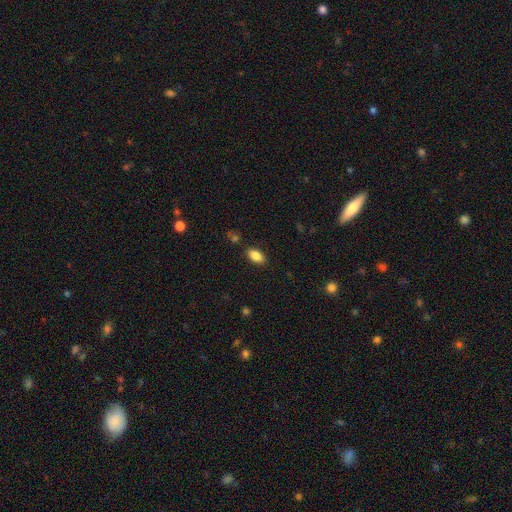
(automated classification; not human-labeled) A smooth galaxy with no disk features (86%) that is in between round and cigar-shaped (91%). Merging: none (86%).